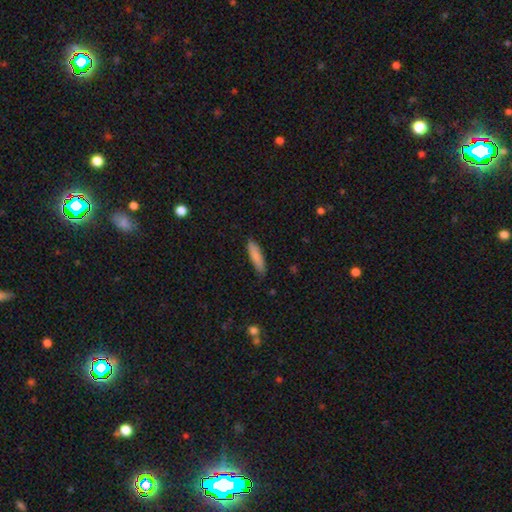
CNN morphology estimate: This is clearly a smooth galaxy (86%). How rounded: likely cigar-shaped (72%). Merging: clearly none (81%).